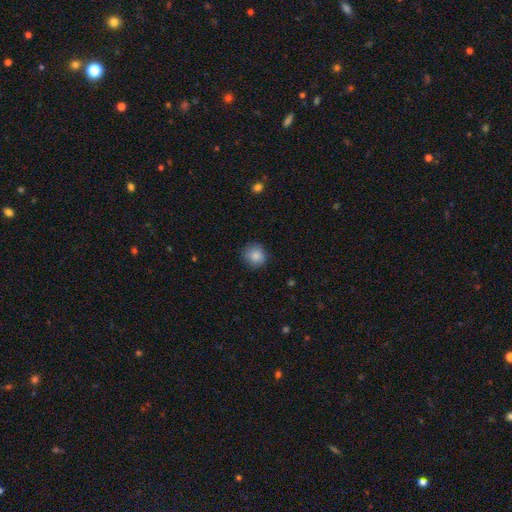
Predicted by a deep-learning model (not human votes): smooth 86%, star or artifact 8%, featured or disk 5%. Down the decision tree: how rounded — round (90%); merging — none (85%).